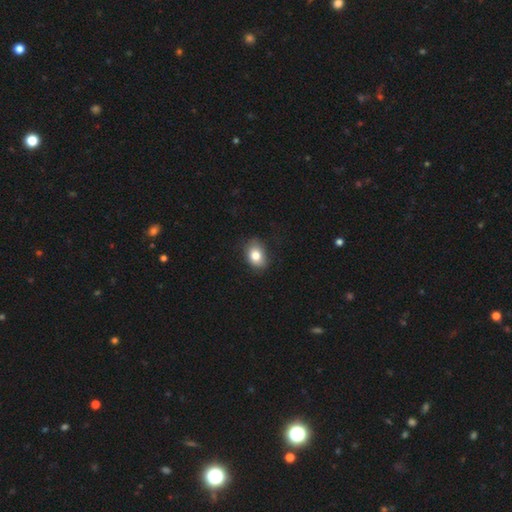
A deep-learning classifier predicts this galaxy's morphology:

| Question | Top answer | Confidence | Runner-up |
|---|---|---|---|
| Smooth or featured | smooth | 80% | featured or disk (11%) |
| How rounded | in between | 71% | round (28%) |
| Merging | none | 79% | minor disturbance (16%) |